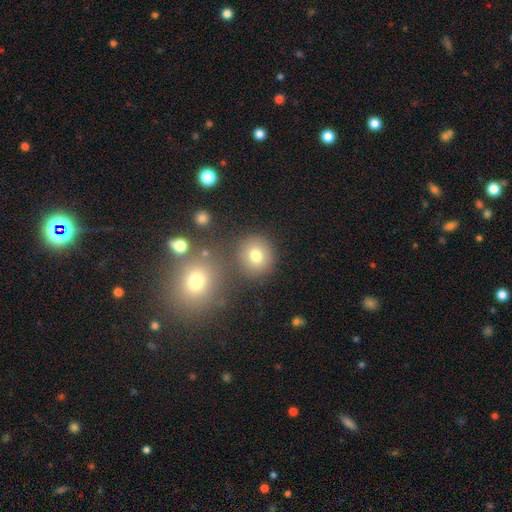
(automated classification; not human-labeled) Morphology: type=smooth (76%); roundness=round (88%); merging=none (79%).